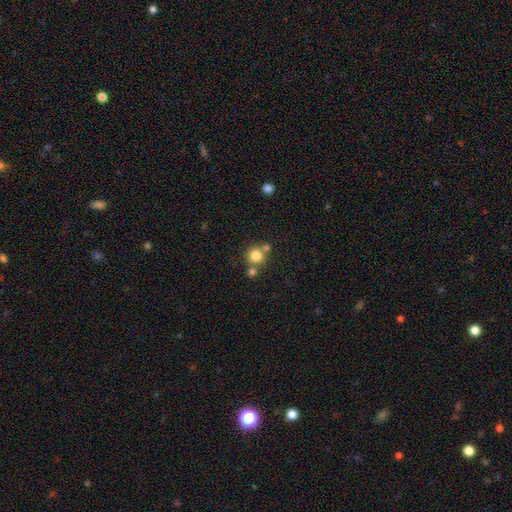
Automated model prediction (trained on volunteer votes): This appears to be a smooth galaxy with no disk features (80%) that is round (91%). Merging: none (61%).